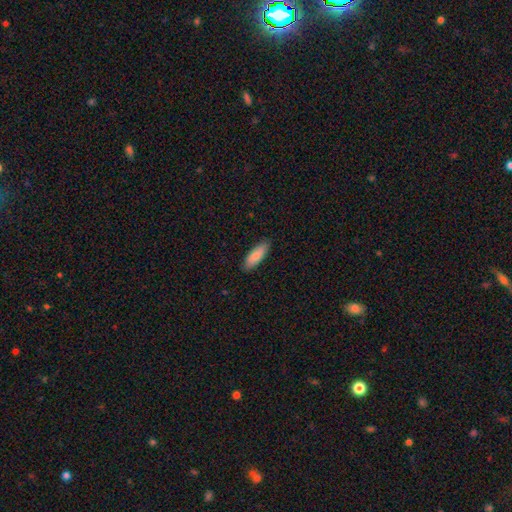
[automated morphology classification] Smooth or featured: smooth — 85% (featured or disk — 10%)
How rounded: in between — 57% (cigar-shaped — 41%)
Merging: none — 87% (minor disturbance — 10%)